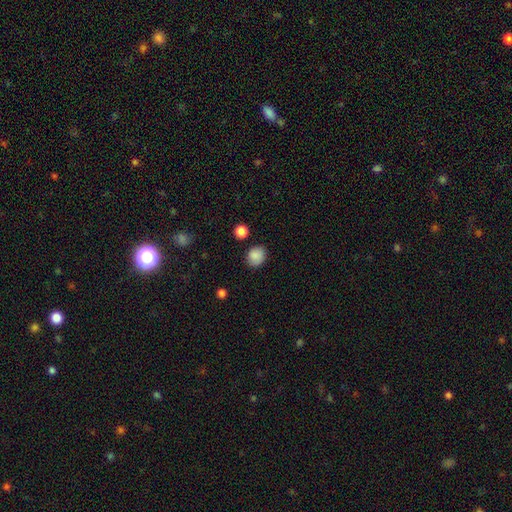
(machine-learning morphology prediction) The model was most divided on "how rounded": round: 67%, in between: 33%, cigar-shaped: 1%. More confident: smooth or featured — smooth (87%); merging — none (83%).